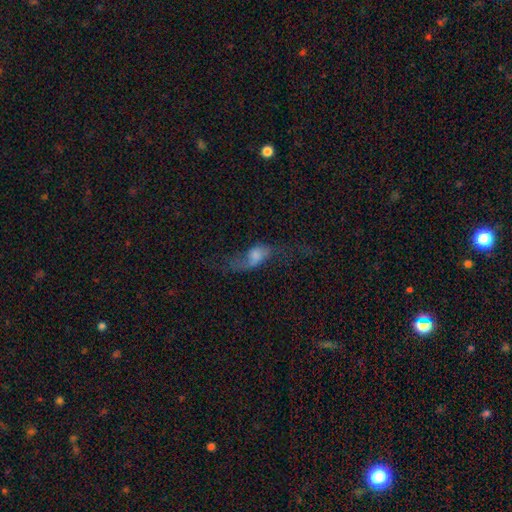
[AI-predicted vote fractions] featured or disk 53%, smooth 37%, star or artifact 11%. Down the decision tree: edge-on disk — no (89%); merging — major disturbance (40%).